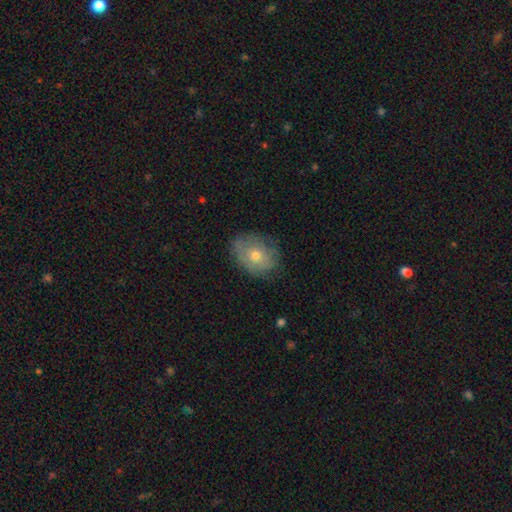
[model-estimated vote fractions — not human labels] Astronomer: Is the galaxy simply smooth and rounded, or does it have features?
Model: smooth — 62%.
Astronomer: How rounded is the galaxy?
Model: in between — 63%.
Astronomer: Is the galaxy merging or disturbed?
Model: none — 71%.